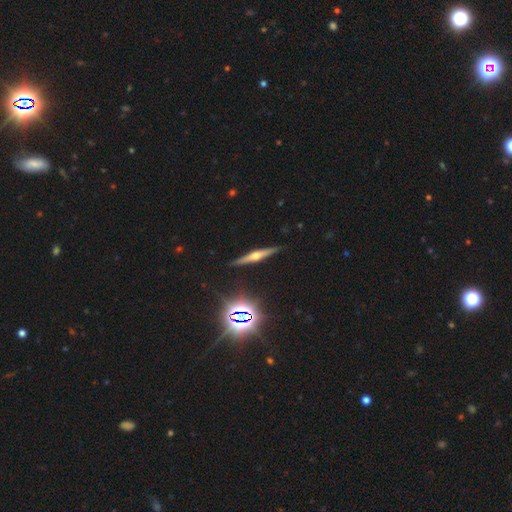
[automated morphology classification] smooth-or-featured: featured or disk: 68% | smooth: 20% | star or artifact: 13%
  disk-edge-on: yes: 97% | no: 3%
    edge-on-bulge: rounded: 91% | boxy: 5% | none: 4%
  merging: none: 89% | minor disturbance: 8% | major disturbance: 2% | merger: 1%